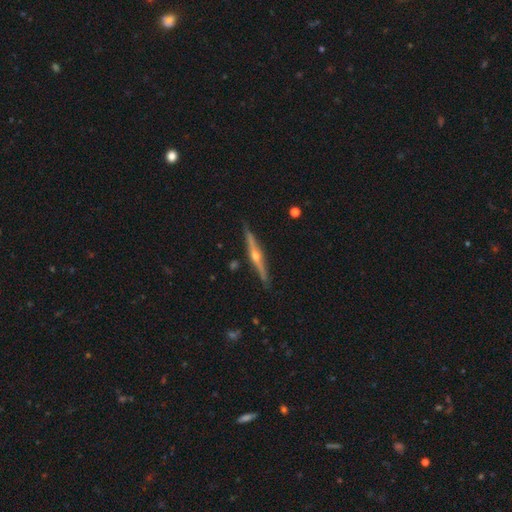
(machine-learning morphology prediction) A featured or disk galaxy (83%) viewed edge-on (98%) with a rounded central bulge (94%).

Vote fractions:
- Smooth or featured? featured or disk: 83% / smooth: 11% / star or artifact: 5%
- Edge-on disk? yes: 98% / no: 2%
- Edge-on bulge? rounded: 94% / none: 3% / boxy: 3%
- Merging? none: 91% / minor disturbance: 7% / merger: 1% / major disturbance: 1%